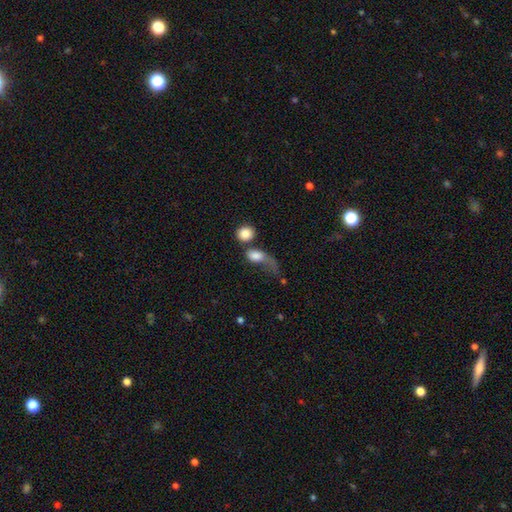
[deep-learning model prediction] Smooth or featured: smooth — 73% (featured or disk — 18%)
How rounded: in between — 62% (round — 32%)
Merging: major disturbance — 40% (merger — 26%)